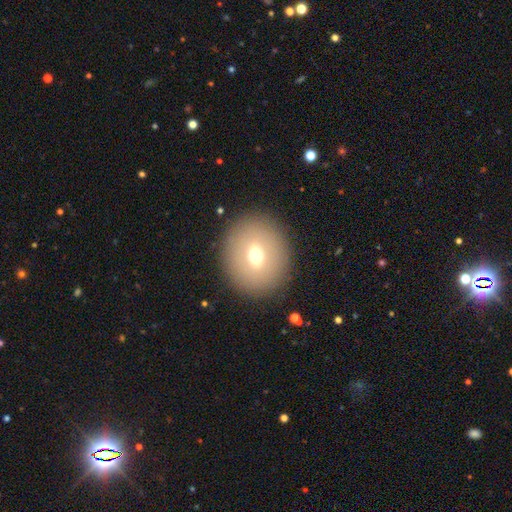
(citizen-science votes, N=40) Volunteers were most divided on "smooth or featured": smooth: 72%, featured or disk: 22%, star or artifact: 5%. More confident: merging — none (82%); how rounded — round (79%).